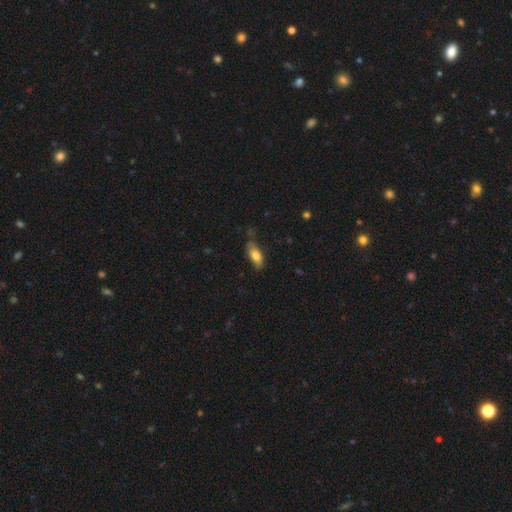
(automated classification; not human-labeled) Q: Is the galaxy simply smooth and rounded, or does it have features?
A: smooth — 76%.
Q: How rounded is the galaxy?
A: in between — 81%.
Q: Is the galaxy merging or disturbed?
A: none — 62%.